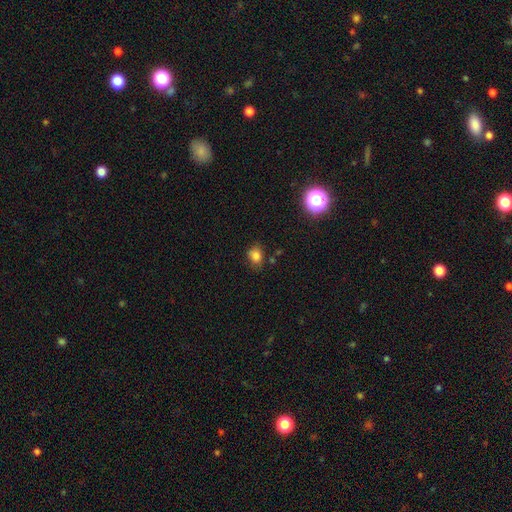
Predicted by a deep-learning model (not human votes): The model was most divided on "how rounded": in between: 53%, round: 45%, cigar-shaped: 1%. More confident: smooth or featured — smooth (81%); merging — none (70%).